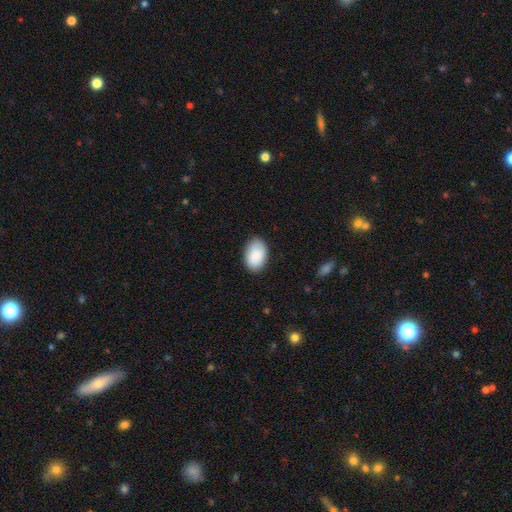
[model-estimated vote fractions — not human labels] A smooth galaxy with no disk features (88%) that is in between round and cigar-shaped (89%).

Vote fractions:
- Smooth or featured? smooth: 88% / featured or disk: 6% / star or artifact: 6%
- How rounded? in between: 89% / round: 10% / cigar-shaped: 1%
- Merging? none: 83% / minor disturbance: 13% / major disturbance: 3% / merger: 1%